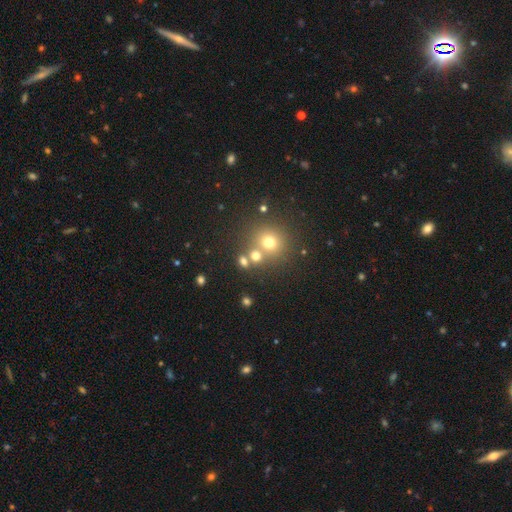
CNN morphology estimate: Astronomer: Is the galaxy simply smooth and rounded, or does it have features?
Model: smooth — 67%.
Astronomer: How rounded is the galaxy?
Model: round — 81%.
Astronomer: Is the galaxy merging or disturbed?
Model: none — 57%.